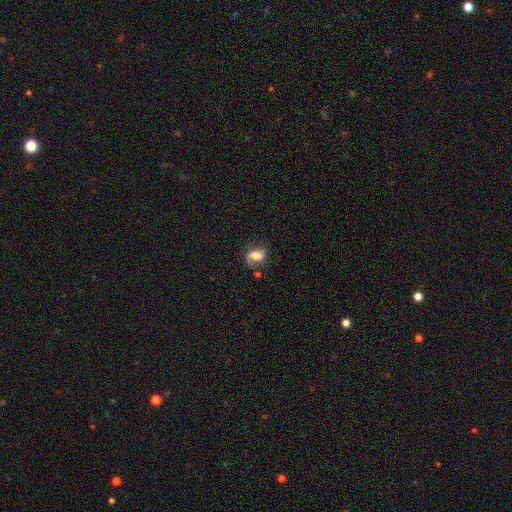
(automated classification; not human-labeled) Smooth or featured: smooth — 48% (featured or disk — 43%)
Merging: none — 59% (minor disturbance — 24%)